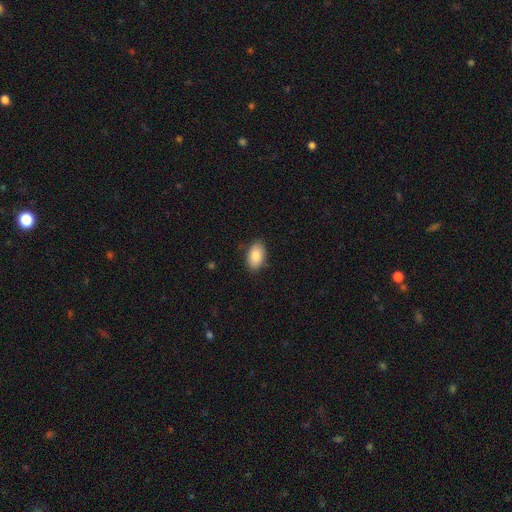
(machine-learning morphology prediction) This appears to be a smooth galaxy with no disk features (86%) that is in between round and cigar-shaped (92%). Merging: none (85%).